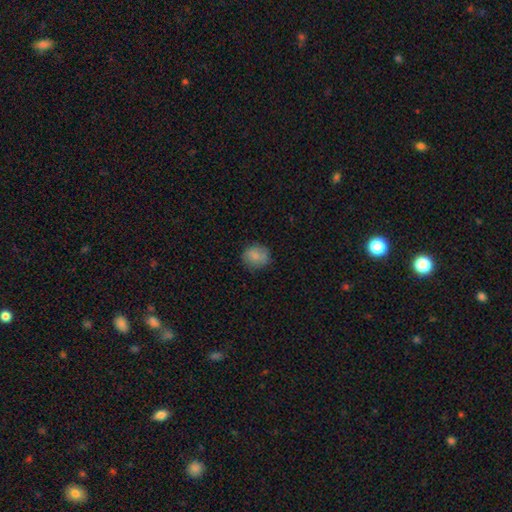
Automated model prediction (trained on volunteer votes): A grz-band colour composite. It shows a smooth galaxy with no disk features (84%) that is round (78%). Merging: none (80%).